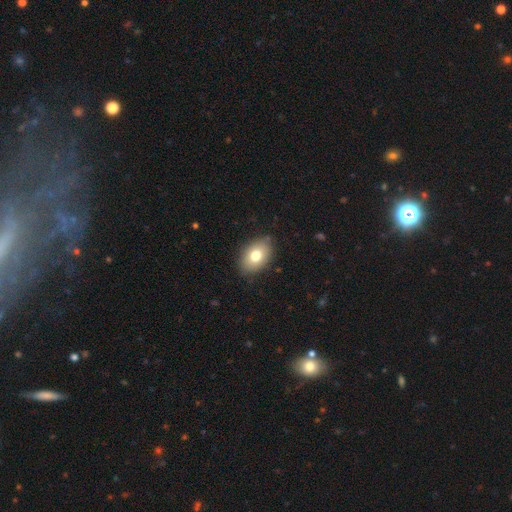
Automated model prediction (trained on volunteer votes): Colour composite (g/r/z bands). It shows a smooth galaxy with no disk features (76%) that is in between round and cigar-shaped (85%). Merging: none (84%).